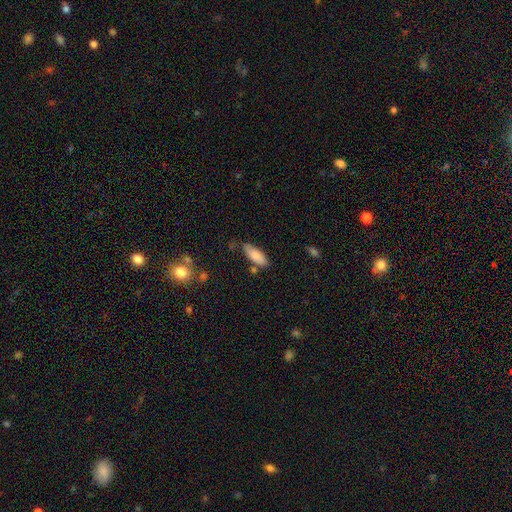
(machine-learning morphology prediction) smooth_or_featured: smooth (p=0.83) [alt: featured or disk p=0.11]
how_rounded: in between (p=0.71) [alt: cigar-shaped p=0.27]
merging: none (p=0.65) [alt: minor disturbance p=0.24]